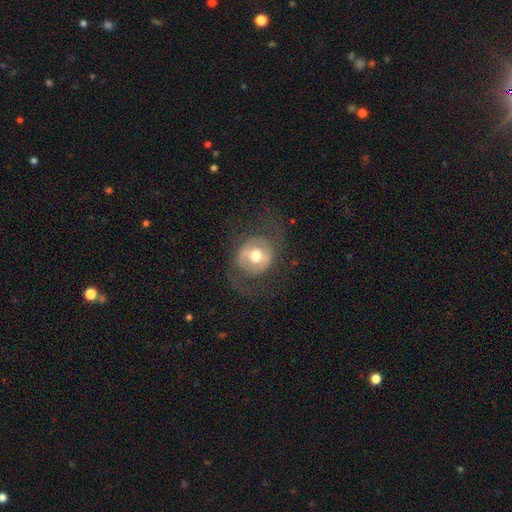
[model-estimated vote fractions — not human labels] A featured or disk galaxy (58%) with no bar (50%), no spiral arms (66%) and a moderate central bulge (70%).

Vote fractions:
- Smooth or featured? featured or disk: 58% / smooth: 35% / star or artifact: 7%
- Edge-on disk? no: 95% / yes: 5%
- Bar? no: 50% / weak: 31% / strong: 18%
- Spiral arms? no: 66% / yes: 34%
- Bulge size? moderate: 70% / large: 21% / small: 6% / dominant: 2% / none: 1%
- Merging? none: 67% / major disturbance: 17% / minor disturbance: 14% / merger: 1%